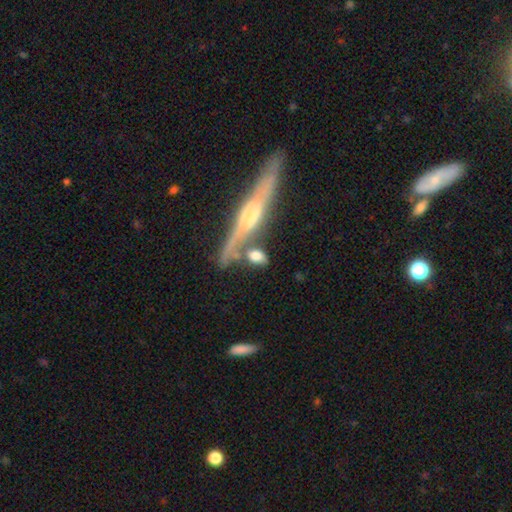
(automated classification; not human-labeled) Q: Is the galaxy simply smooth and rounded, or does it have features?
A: smooth — 70%.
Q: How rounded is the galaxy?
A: in between — 71%.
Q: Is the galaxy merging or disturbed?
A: none — 52%.